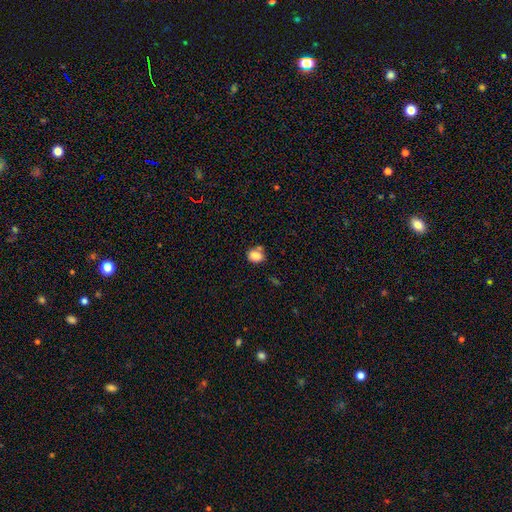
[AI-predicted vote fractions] Smooth or featured? Predicted: smooth (p=0.84). How rounded? Predicted: in between (p=0.54). Merging? Predicted: none (p=0.62).